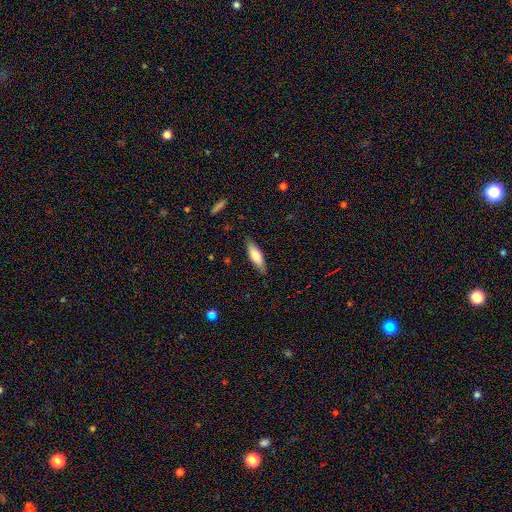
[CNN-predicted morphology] smooth-or-featured: smooth: 76% | featured or disk: 18% | star or artifact: 6%
  how-rounded: in between: 50% | cigar-shaped: 48% | round: 2%
  merging: none: 84% | minor disturbance: 13% | major disturbance: 2% | merger: 1%